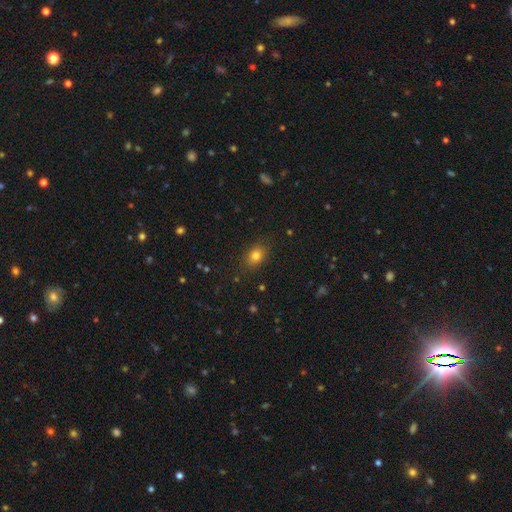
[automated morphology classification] smooth 81%, star or artifact 13%, featured or disk 7%. Down the decision tree: how rounded — in between (58%); merging — none (83%).